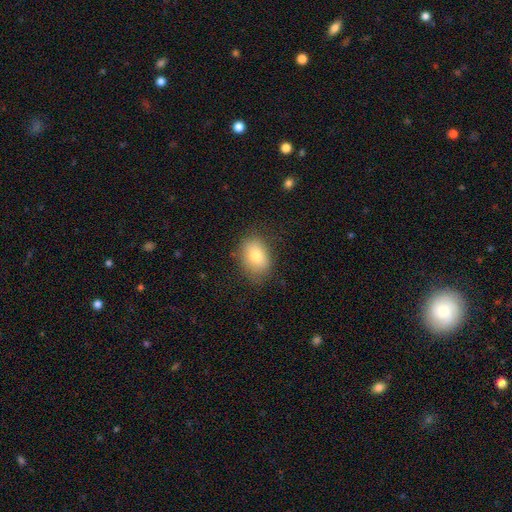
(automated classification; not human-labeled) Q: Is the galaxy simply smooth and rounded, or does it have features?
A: smooth — 78%.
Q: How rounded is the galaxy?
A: in between — 68%.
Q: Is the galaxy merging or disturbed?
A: none — 78%.